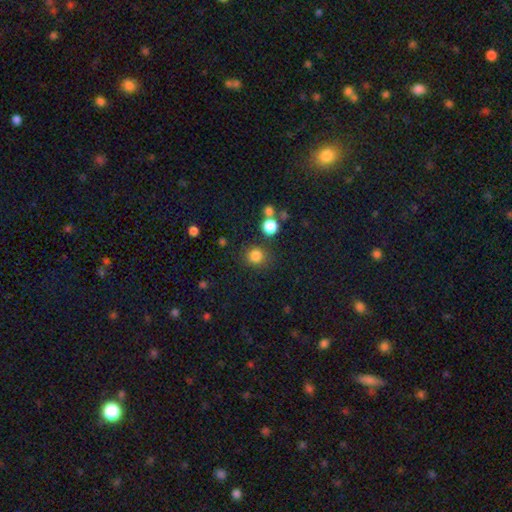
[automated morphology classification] A smooth galaxy with no disk features (82%) that is round (89%).

Vote fractions:
- Smooth or featured? smooth: 82% / star or artifact: 13% / featured or disk: 4%
- How rounded? round: 89% / in between: 10% / cigar-shaped: 1%
- Merging? none: 81% / minor disturbance: 9% / merger: 6% / major disturbance: 4%